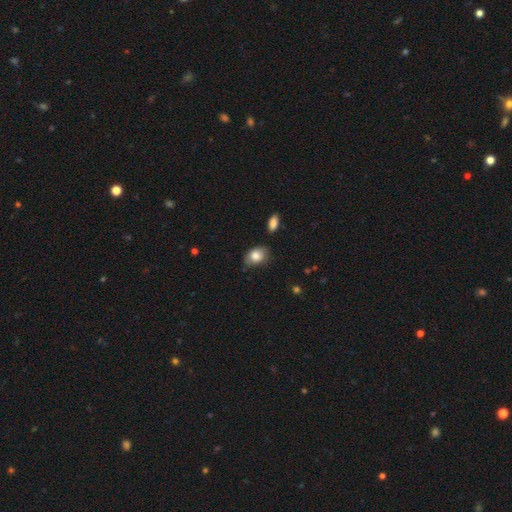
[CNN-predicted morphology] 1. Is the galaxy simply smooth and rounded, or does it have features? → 83% smooth, 9% featured or disk, 8% star or artifact.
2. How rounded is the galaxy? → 75% in between, 24% round, 1% cigar-shaped.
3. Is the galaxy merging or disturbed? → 71% none, 22% minor disturbance, 4% major disturbance, 3% merger.